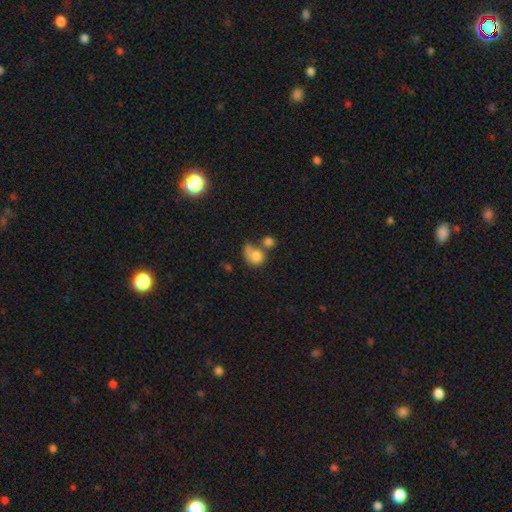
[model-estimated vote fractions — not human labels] smooth 75%, featured or disk 15%, star or artifact 9%. Down the decision tree: how rounded — round (65%); merging — merger (41%).